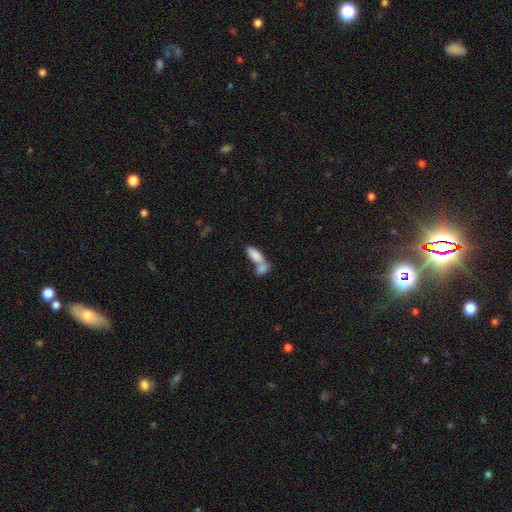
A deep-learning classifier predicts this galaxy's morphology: smooth-or-featured: smooth: 82% | featured or disk: 11% | star or artifact: 7%
  how-rounded: in between: 78% | cigar-shaped: 19% | round: 3%
  merging: merger: 68% | none: 22% | minor disturbance: 7% | major disturbance: 4%